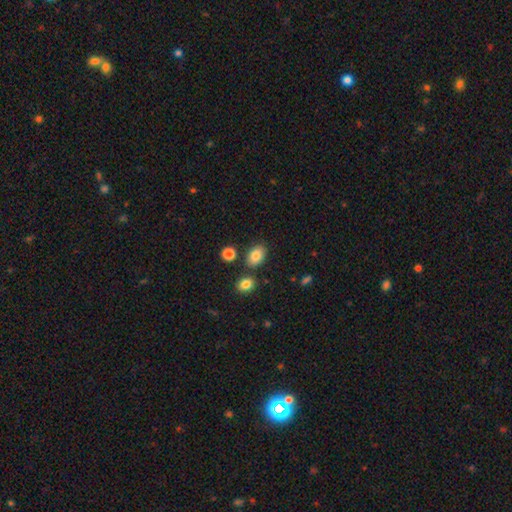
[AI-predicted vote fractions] smooth_or_featured: smooth (p=0.84) [alt: star or artifact p=0.09]
how_rounded: in between (p=0.80) [alt: round p=0.19]
merging: none (p=0.79) [alt: minor disturbance p=0.11]